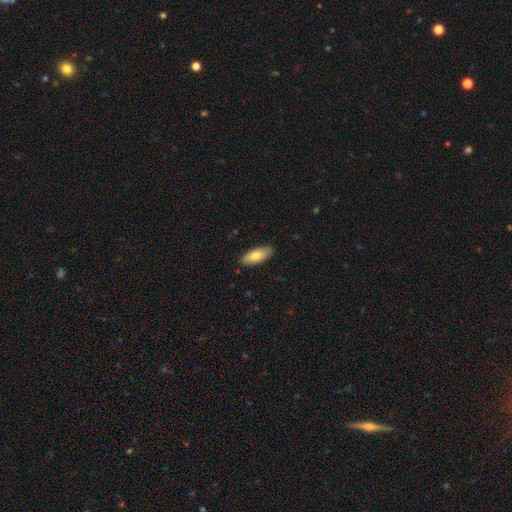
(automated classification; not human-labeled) Smooth or featured? Predicted: smooth (p=0.75). How rounded? Predicted: in between (p=0.80). Merging? Predicted: none (p=0.89).